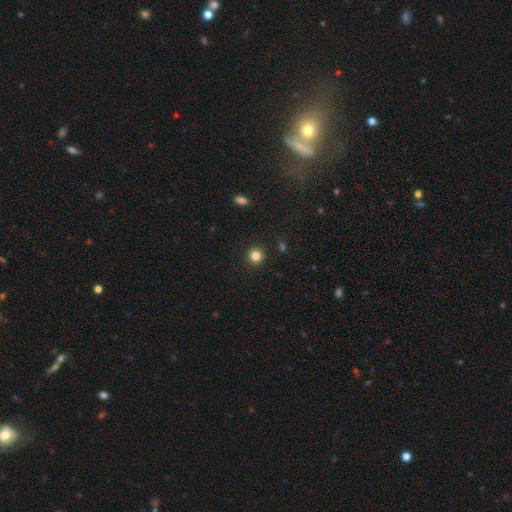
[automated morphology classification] Smooth or featured?
  - smooth: 83% *
  - star or artifact: 12%
  - featured or disk: 5%
How rounded?
  - round: 92% *
  - in between: 7%
  - cigar-shaped: 1%
Merging?
  - none: 92% *
  - minor disturbance: 5%
  - major disturbance: 2%
  - merger: 1%